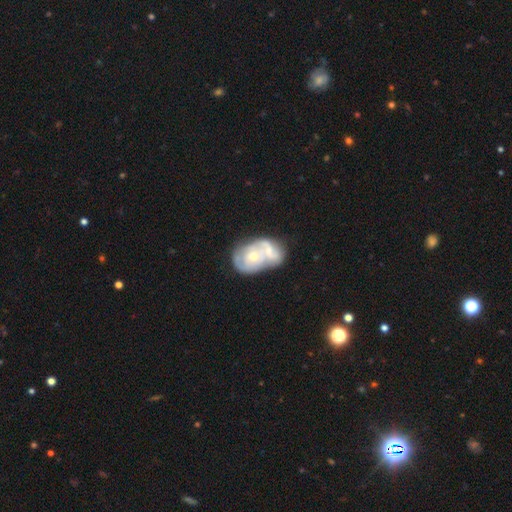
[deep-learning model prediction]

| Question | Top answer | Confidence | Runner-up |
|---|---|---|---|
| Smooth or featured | featured or disk | 64% | smooth (29%) |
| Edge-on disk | no | 97% | yes (3%) |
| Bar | no | 82% | weak (15%) |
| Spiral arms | no | 51% | yes (49%) |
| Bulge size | moderate | 60% | small (33%) |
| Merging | merger | 72% | none (14%) |